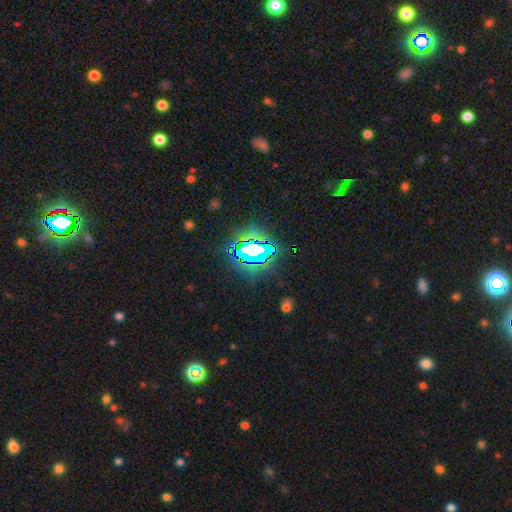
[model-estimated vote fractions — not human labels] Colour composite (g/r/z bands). It shows a star or artifact, not a galaxy (70%).